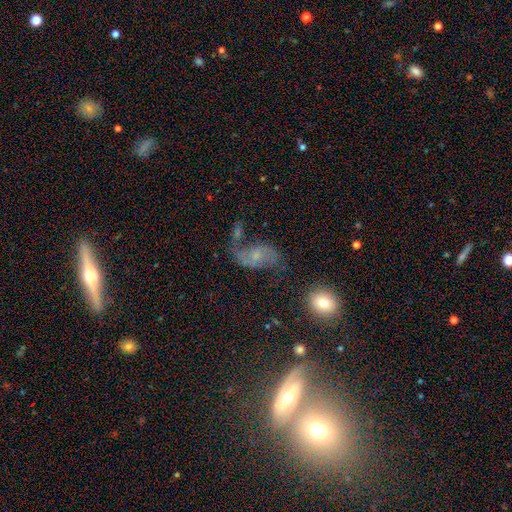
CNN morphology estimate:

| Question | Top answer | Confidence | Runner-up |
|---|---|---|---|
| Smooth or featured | featured or disk | 67% | smooth (21%) |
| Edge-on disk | no | 97% | yes (3%) |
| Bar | no | 62% | weak (31%) |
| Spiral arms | yes | 85% | no (15%) |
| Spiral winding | loose | 57% | medium (31%) |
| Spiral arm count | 2 | 80% | 1 (10%) |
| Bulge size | small | 59% | moderate (31%) |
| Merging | none | 40% | major disturbance (24%) |